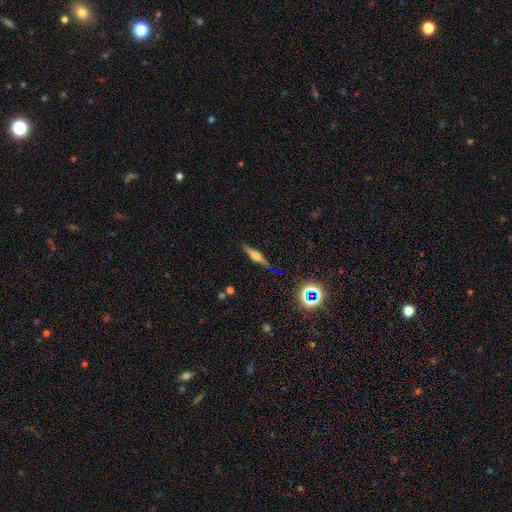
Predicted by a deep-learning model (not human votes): This appears to be a featured or disk galaxy (69%) viewed edge-on (96%) with a rounded central bulge (83%). Merging: none (87%).